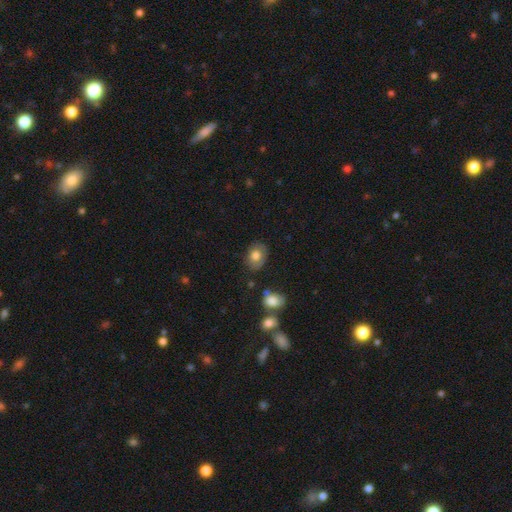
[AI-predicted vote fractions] Smooth or featured: smooth — 71% (featured or disk — 21%)
How rounded: in between — 69% (round — 30%)
Merging: none — 74% (minor disturbance — 19%)